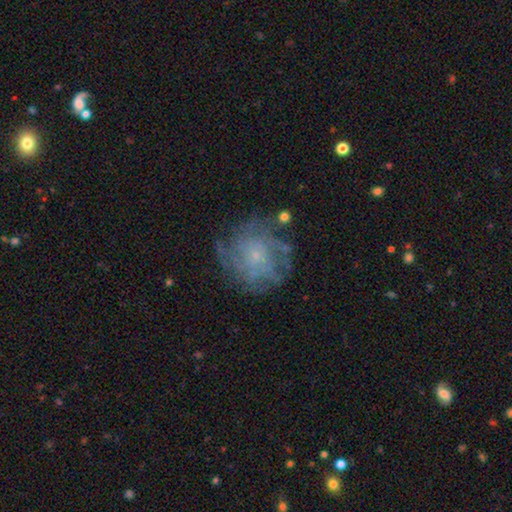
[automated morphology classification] Smooth or featured? featured or disk (68%)
Edge-on disk? no (97%)
Bar? no (80%)
Spiral arms? yes (82%)
Spiral winding? tight (55%)
Spiral arm count? can't tell (48%)
Bulge size? small (76%)
Merging? none (72%)